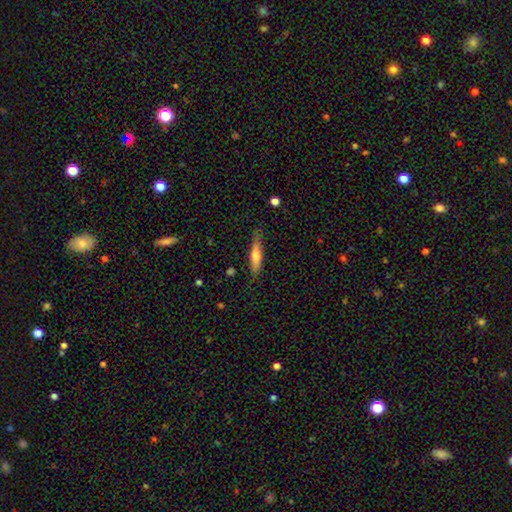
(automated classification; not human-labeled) Overall: smooth (62%; featured or disk 32%). How rounded: cigar-shaped (79%). Merging: none (74%).